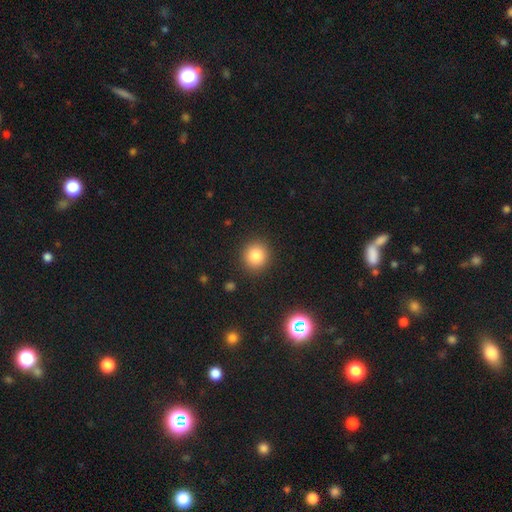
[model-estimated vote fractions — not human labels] A smooth galaxy with no disk features (82%) that is round (90%).

Vote fractions:
- Smooth or featured? smooth: 82% / star or artifact: 12% / featured or disk: 6%
- How rounded? round: 90% / in between: 9% / cigar-shaped: 1%
- Merging? none: 90% / minor disturbance: 6% / major disturbance: 2% / merger: 1%